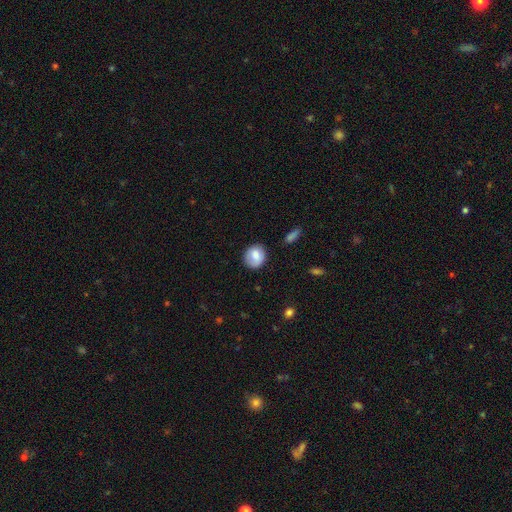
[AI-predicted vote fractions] A smooth galaxy with no disk features (79%) that is round (76%). Merging: none (75%).